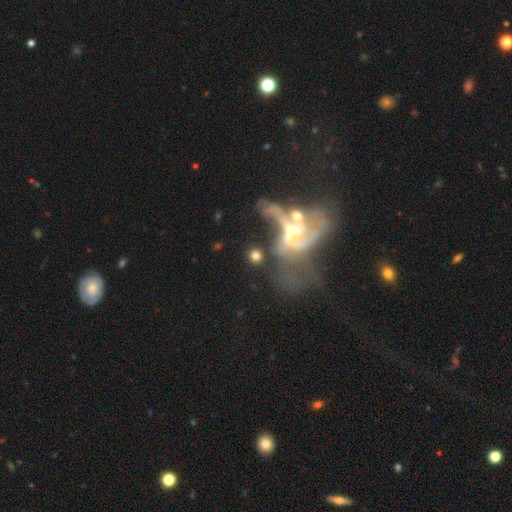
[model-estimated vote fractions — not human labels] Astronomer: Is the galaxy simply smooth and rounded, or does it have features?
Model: smooth — 54% (runner-up: featured or disk, 33%).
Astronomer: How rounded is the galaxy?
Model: round — 69%.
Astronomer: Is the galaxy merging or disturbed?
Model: none — 36% (runner-up: merger, 32%).